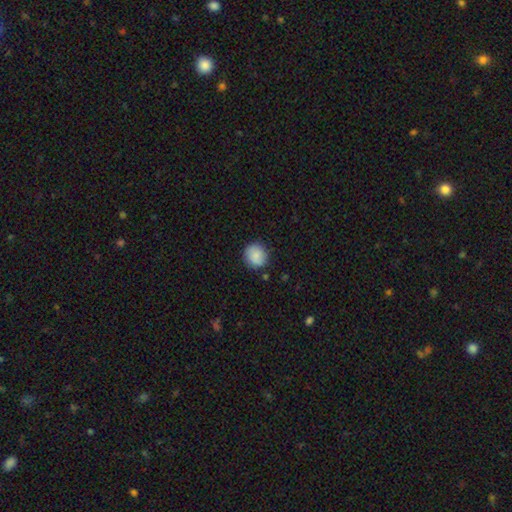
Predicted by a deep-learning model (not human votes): This is clearly a smooth galaxy (86%). How rounded: clearly round (87%). Merging: clearly none (86%).